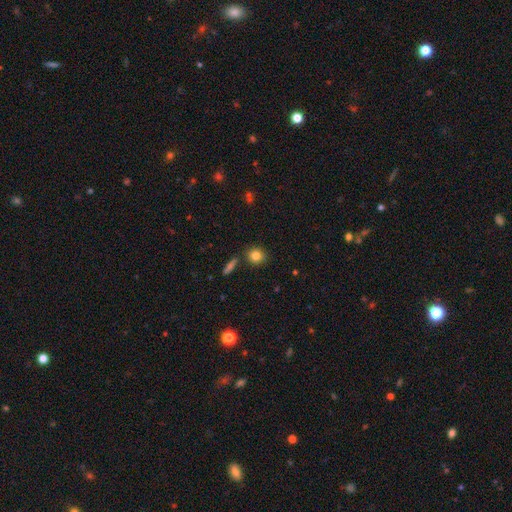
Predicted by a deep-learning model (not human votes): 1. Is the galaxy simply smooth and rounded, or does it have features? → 82% smooth, 10% star or artifact, 8% featured or disk.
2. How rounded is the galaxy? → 84% round, 15% in between, 2% cigar-shaped.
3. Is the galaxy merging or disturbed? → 85% none, 8% minor disturbance, 4% merger, 2% major disturbance.